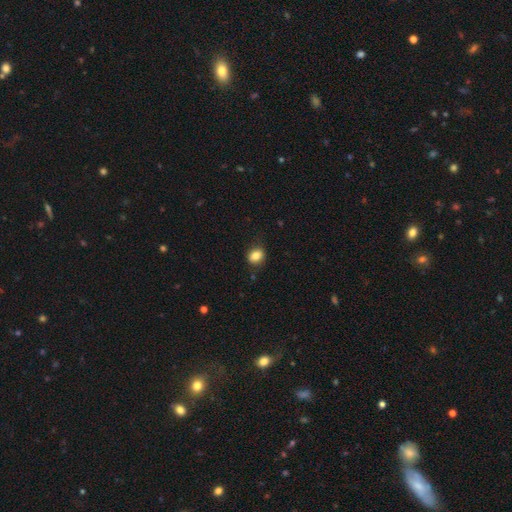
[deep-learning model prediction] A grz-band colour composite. It shows a smooth galaxy with no disk features (84%) that is round (53%). Merging: none (80%).